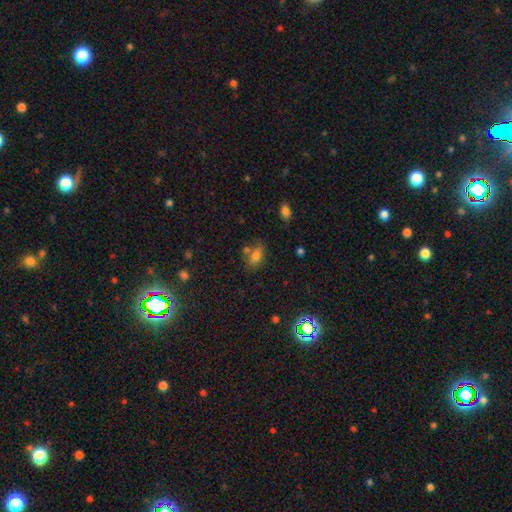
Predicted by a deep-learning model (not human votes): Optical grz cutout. It shows a smooth galaxy with no disk features (74%) that is in between round and cigar-shaped (76%). Merging: none (61%).